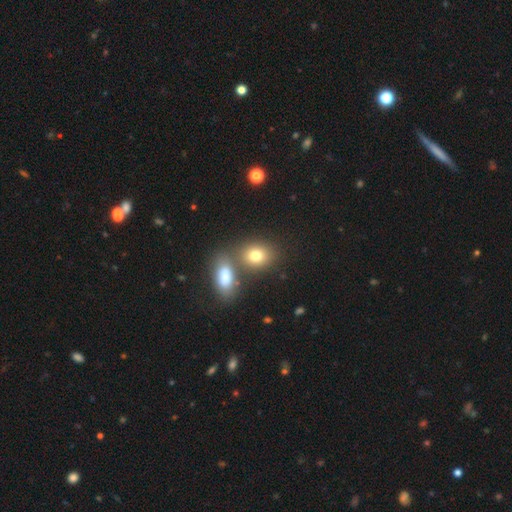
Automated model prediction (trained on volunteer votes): smooth_or_featured: smooth (p=0.77) [alt: featured or disk p=0.12]
how_rounded: in between (p=0.56) [alt: round p=0.43]
merging: none (p=0.55) [alt: merger p=0.32]